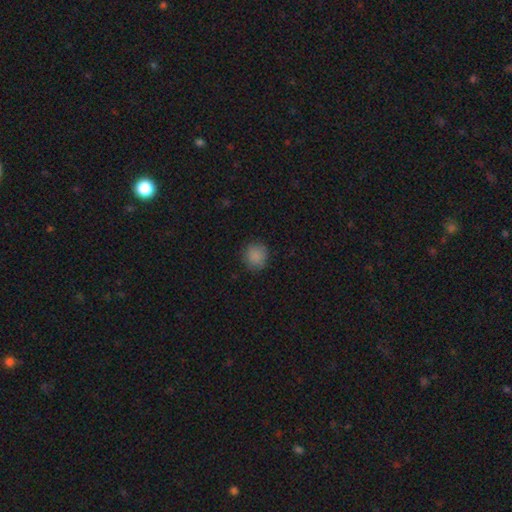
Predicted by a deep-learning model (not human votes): A smooth galaxy with no disk features (86%) that is round (88%).

Vote fractions:
- Smooth or featured? smooth: 86% / star or artifact: 11% / featured or disk: 3%
- How rounded? round: 88% / in between: 11% / cigar-shaped: 1%
- Merging? none: 85% / minor disturbance: 11% / major disturbance: 3% / merger: 1%